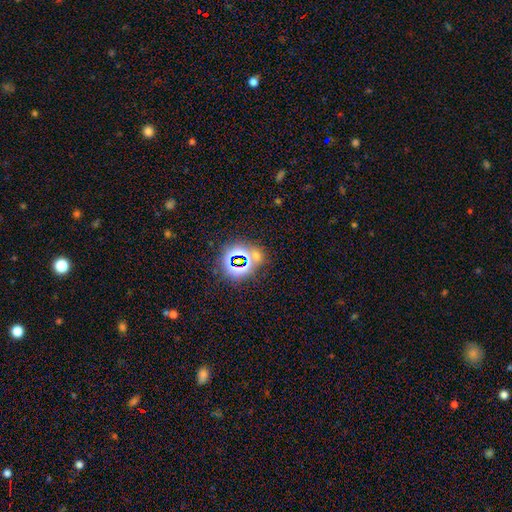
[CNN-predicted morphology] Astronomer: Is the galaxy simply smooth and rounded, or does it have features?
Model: star or artifact — 68%.